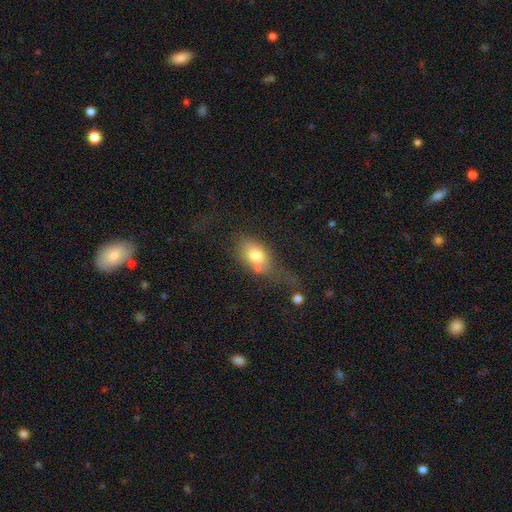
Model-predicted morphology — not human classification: type=smooth (75%); roundness=in between (78%); merging=none (38%).